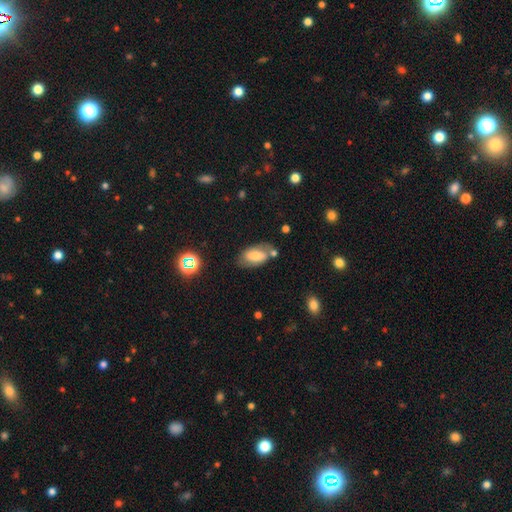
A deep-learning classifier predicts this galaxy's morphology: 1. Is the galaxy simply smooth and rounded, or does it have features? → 63% smooth, 28% featured or disk, 9% star or artifact.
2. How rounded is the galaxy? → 91% in between, 5% round, 4% cigar-shaped.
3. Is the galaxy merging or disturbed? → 58% none, 21% minor disturbance, 12% merger, 8% major disturbance.